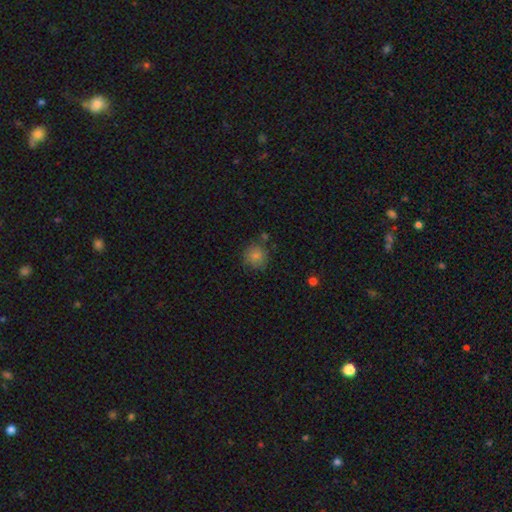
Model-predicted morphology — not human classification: type=smooth (80%); roundness=round (91%); merging=none (78%).